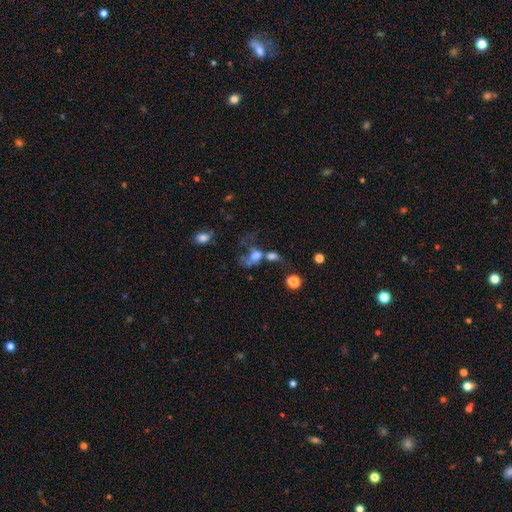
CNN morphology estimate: A smooth galaxy with no disk features (56%) that is in between round and cigar-shaped (67%). Merging: merger (48%).